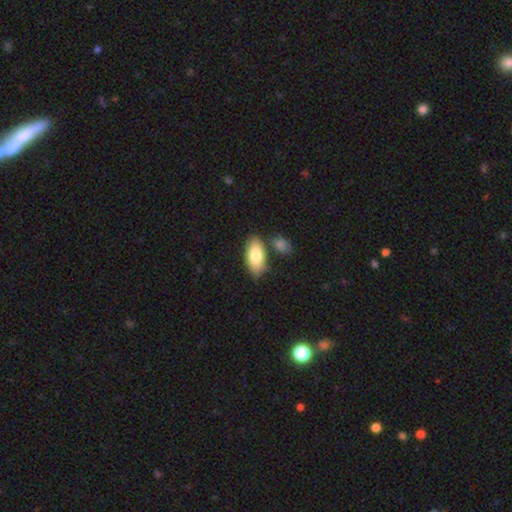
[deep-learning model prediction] A smooth galaxy with no disk features (82%) that is in between round and cigar-shaped (93%).

Vote fractions:
- Smooth or featured? smooth: 82% / featured or disk: 13% / star or artifact: 6%
- How rounded? in between: 93% / cigar-shaped: 4% / round: 3%
- Merging? none: 71% / merger: 13% / minor disturbance: 13% / major disturbance: 3%